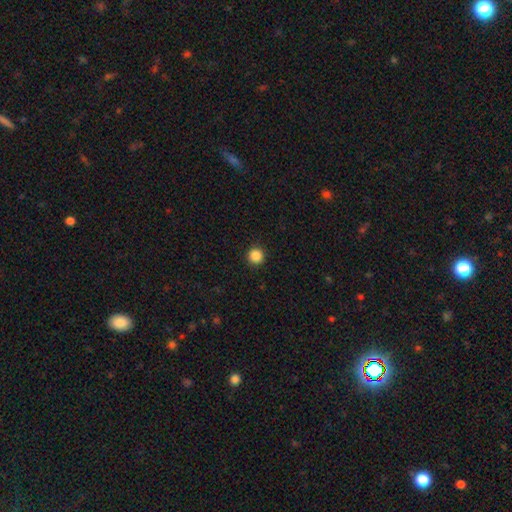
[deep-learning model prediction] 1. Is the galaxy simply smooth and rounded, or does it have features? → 87% smooth, 10% star or artifact, 2% featured or disk.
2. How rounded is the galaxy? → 96% round, 3% in between, 1% cigar-shaped.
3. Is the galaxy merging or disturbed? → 92% none, 5% minor disturbance, 2% major disturbance, 1% merger.